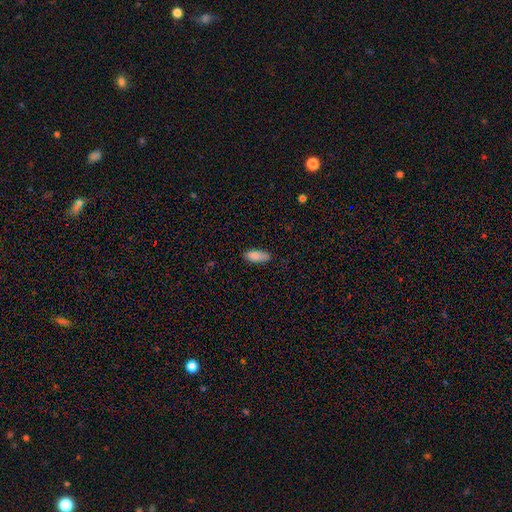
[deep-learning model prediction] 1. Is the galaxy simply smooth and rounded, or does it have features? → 87% smooth, 7% star or artifact, 5% featured or disk.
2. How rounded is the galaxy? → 81% in between, 17% cigar-shaped, 2% round.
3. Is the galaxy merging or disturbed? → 79% none, 17% minor disturbance, 3% major disturbance, 1% merger.